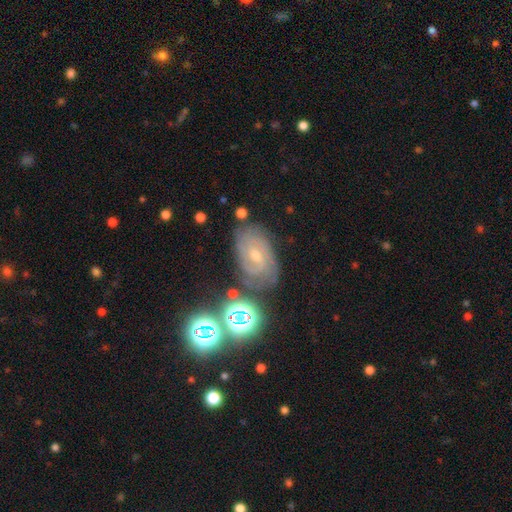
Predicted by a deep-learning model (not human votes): smooth_or_featured: featured or disk (p=0.69) [alt: star or artifact p=0.16]
disk_edge_on: no (p=0.96) [alt: yes p=0.04]
bar: no (p=0.46) [alt: weak p=0.44]
has_spiral_arms: yes (p=0.92) [alt: no p=0.08]
spiral_winding: tight (p=0.63) [alt: medium p=0.30]
spiral_arm_count: can't tell (p=0.38) [alt: 2 p=0.29]
bulge_size: small (p=0.54) [alt: moderate p=0.42]
merging: none (p=0.69) [alt: minor disturbance p=0.20]